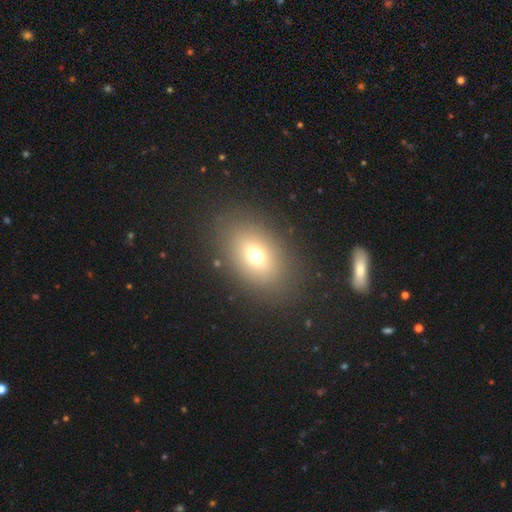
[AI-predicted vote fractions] Smooth or featured? Predicted: smooth (p=0.69). How rounded? Predicted: in between (p=0.78). Merging? Predicted: none (p=0.84).